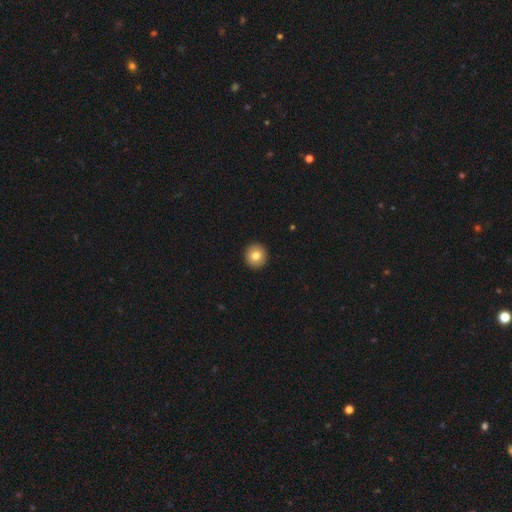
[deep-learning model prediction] This appears to be a smooth galaxy with no disk features (81%) that is round (93%). Merging: none (93%).